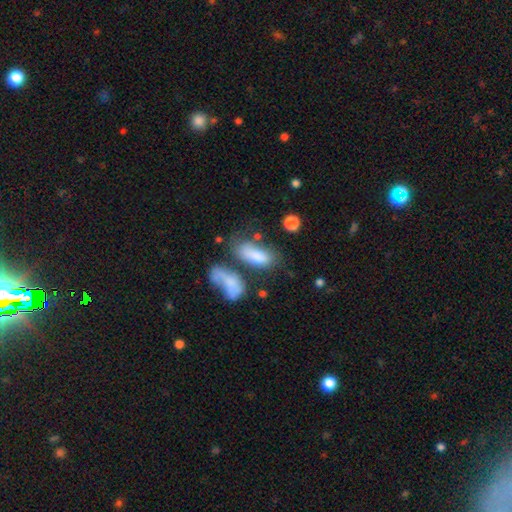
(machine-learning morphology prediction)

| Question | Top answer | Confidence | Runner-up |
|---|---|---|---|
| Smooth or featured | smooth | 76% | featured or disk (16%) |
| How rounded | in between | 82% | cigar-shaped (14%) |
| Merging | none | 34% | tied: merger (34%) |